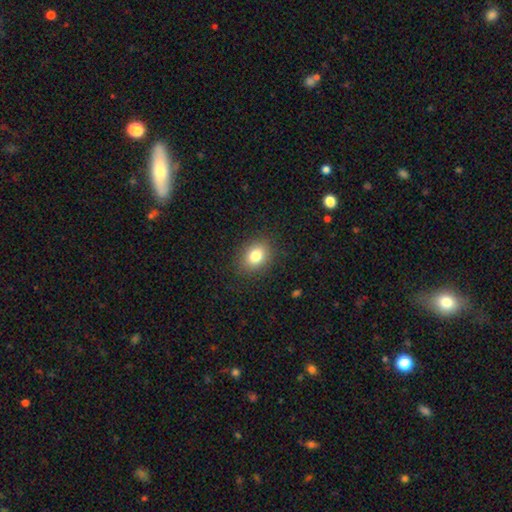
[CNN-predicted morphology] smooth 81%, star or artifact 10%, featured or disk 9%. Down the decision tree: how rounded — in between (60%); merging — none (87%).